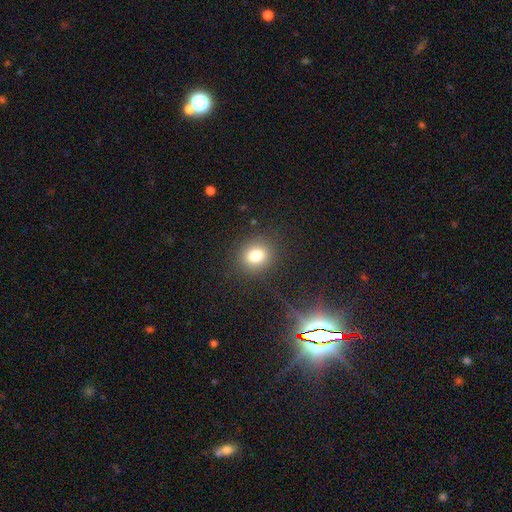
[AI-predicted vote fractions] smooth-or-featured: smooth: 79% | star or artifact: 14% | featured or disk: 8%
  how-rounded: round: 68% | in between: 31% | cigar-shaped: 1%
  merging: none: 87% | minor disturbance: 8% | major disturbance: 4% | merger: 1%